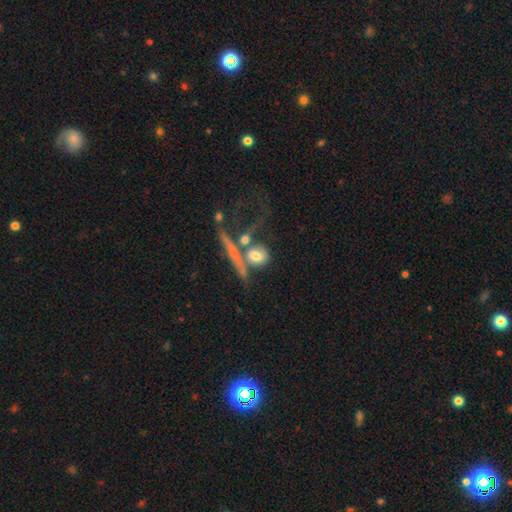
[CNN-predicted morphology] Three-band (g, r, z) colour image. It shows a smooth galaxy with no disk features (58%) that is round (55%). Merging: none (40%).